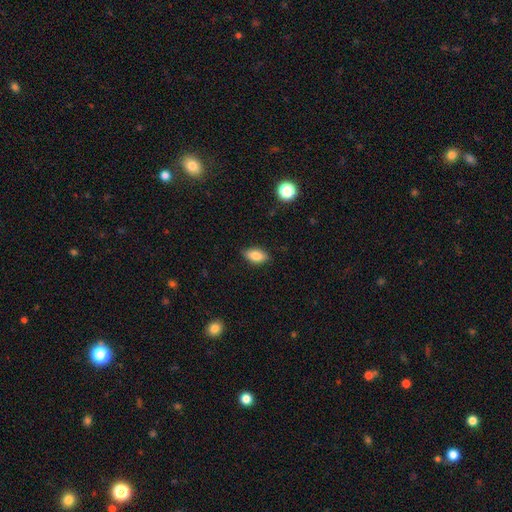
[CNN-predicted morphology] The model was most divided on "merging": none: 85%, minor disturbance: 12%, major disturbance: 2%, merger: 1%. More confident: how rounded — in between (90%); smooth or featured — smooth (83%).